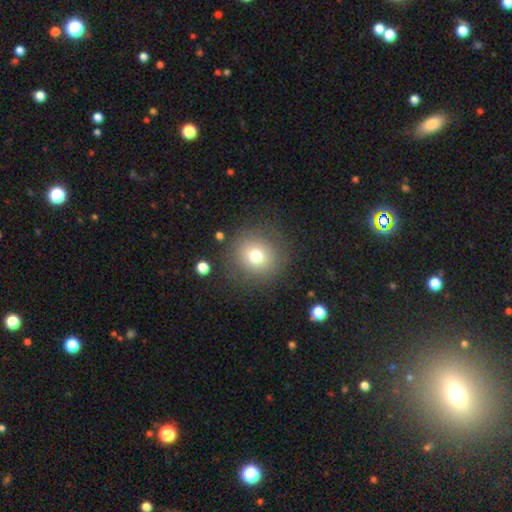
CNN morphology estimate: Overall: smooth (73%). How rounded: round (92%). Merging: none (84%).